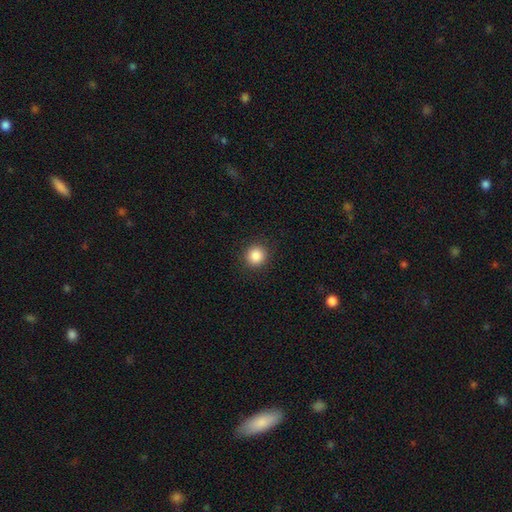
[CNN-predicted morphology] type=smooth (86%); roundness=round (93%); merging=none (91%).